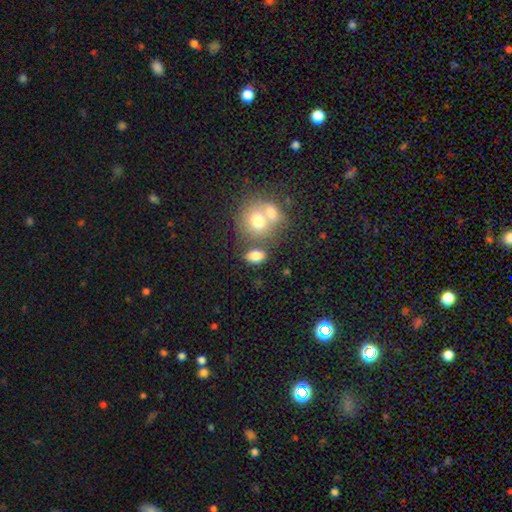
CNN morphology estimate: smooth-or-featured: smooth: 79% | star or artifact: 11% | featured or disk: 10%
  how-rounded: in between: 77% | round: 22% | cigar-shaped: 2%
  merging: none: 55% | merger: 28% | minor disturbance: 12% | major disturbance: 5%